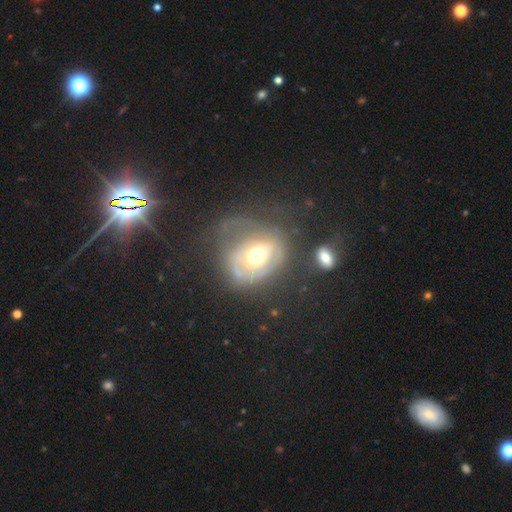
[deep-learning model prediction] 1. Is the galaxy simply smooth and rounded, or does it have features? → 71% featured or disk, 22% smooth, 8% star or artifact.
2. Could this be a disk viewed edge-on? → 96% no, 4% yes.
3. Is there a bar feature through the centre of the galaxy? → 68% no, 24% weak, 8% strong.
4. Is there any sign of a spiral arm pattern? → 69% yes, 31% no.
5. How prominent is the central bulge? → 70% moderate, 17% large, 10% small, 2% dominant, 1% none.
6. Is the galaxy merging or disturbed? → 40% none, 31% major disturbance, 23% minor disturbance, 6% merger.